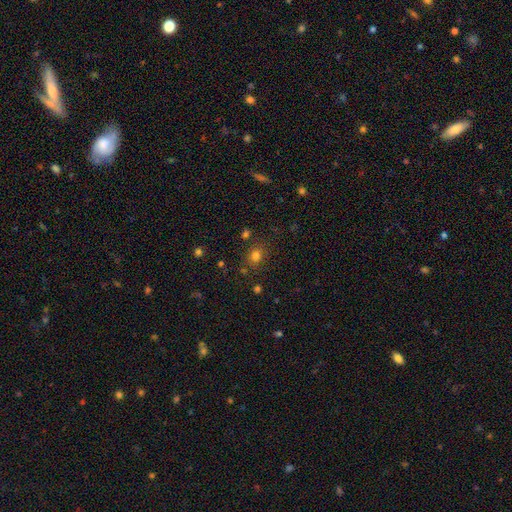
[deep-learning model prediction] This is likely a smooth galaxy (76%). How rounded: likely round (70%). Merging: clearly none (82%).